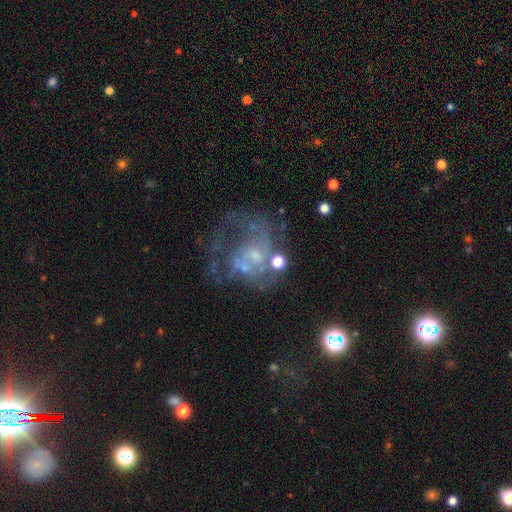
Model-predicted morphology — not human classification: featured or disk 72%, smooth 15%, star or artifact 14%. Down the decision tree: edge-on disk — no (98%); bar — no (70%); spiral arms — yes (67%); bulge size — small (48%); merging — none (37%).